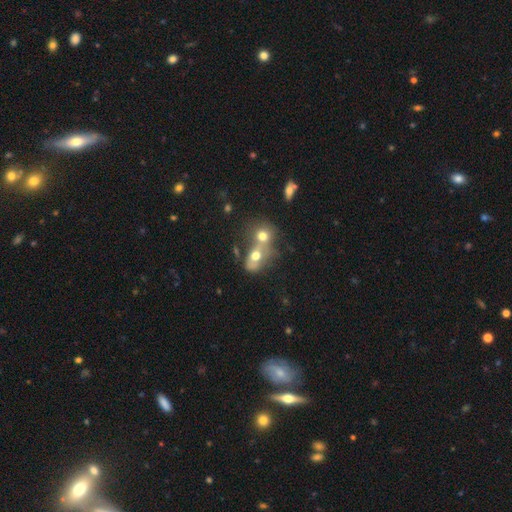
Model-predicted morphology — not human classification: smooth_or_featured: smooth (p=0.60) [alt: featured or disk p=0.28]
how_rounded: in between (p=0.60) [alt: round p=0.37]
merging: merger (p=0.71) [alt: none p=0.15]